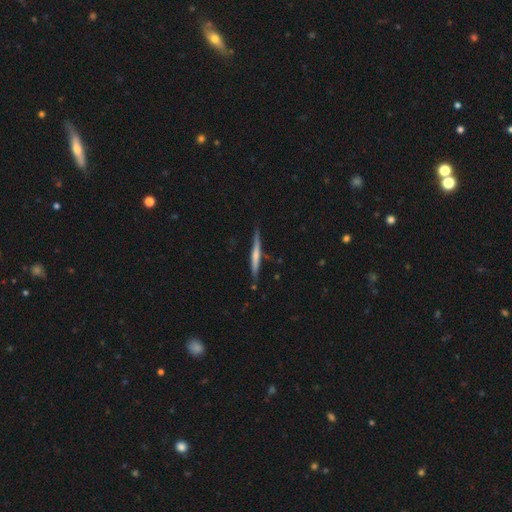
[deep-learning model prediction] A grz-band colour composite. It shows a featured or disk galaxy (50%) viewed edge-on (96%). Merging: none (81%).